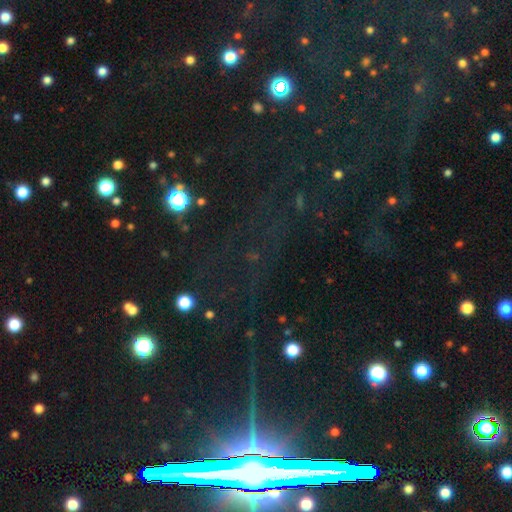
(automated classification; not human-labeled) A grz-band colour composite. It shows a star or artifact, not a galaxy (77%).